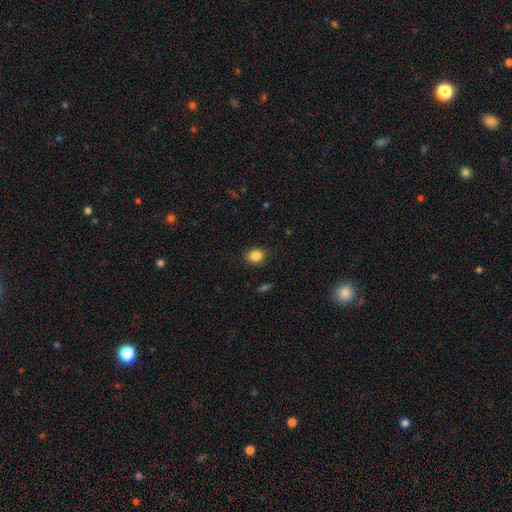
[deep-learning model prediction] Smooth or featured? smooth (85%)
How rounded? round (54%)
Merging? none (86%)